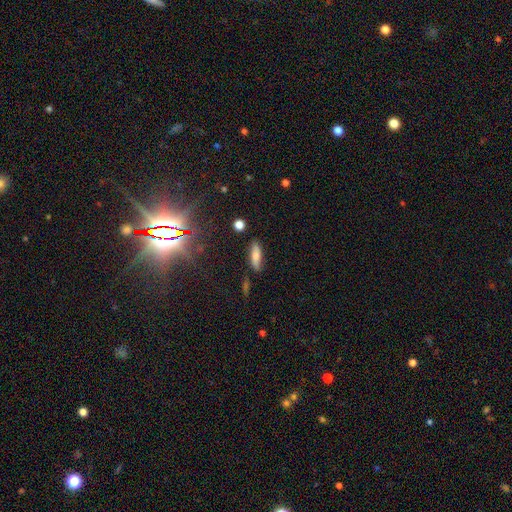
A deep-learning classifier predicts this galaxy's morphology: Smooth or featured? smooth (72%)
How rounded? in between (54%)
Merging? none (82%)